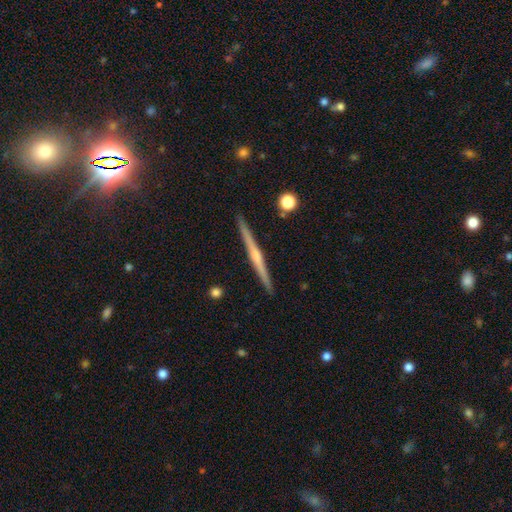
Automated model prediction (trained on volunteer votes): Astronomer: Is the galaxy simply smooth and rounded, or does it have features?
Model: featured or disk — 73%.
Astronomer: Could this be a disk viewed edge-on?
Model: yes — 98%.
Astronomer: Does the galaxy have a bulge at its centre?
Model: rounded — 63%.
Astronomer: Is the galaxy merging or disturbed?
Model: none — 92%.